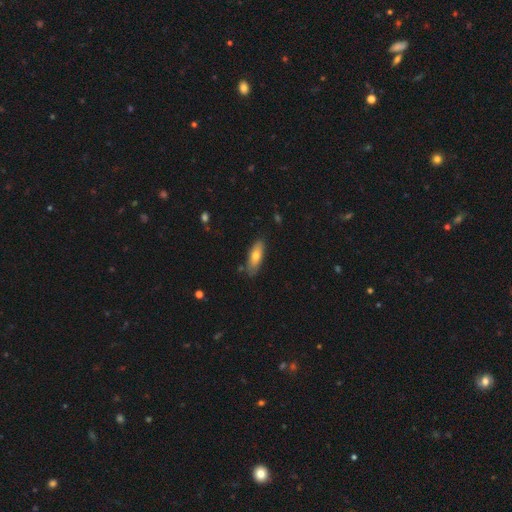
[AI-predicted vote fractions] Q: Smooth or featured?
A: smooth (67%); runner-up: featured or disk (26%)
Q: How rounded?
A: in between (66%); runner-up: cigar-shaped (32%)
Q: Merging?
A: none (79%); runner-up: minor disturbance (16%)